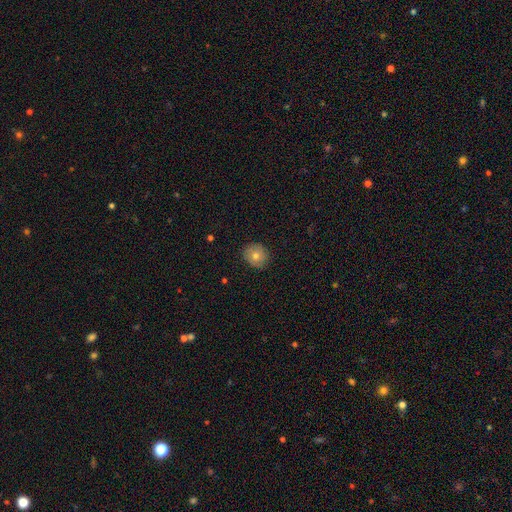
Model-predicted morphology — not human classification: Smooth or featured?
  - smooth: 72% *
  - featured or disk: 18%
  - star or artifact: 10%
How rounded?
  - round: 80% *
  - in between: 19%
  - cigar-shaped: 1%
Merging?
  - none: 87% *
  - minor disturbance: 10%
  - major disturbance: 2%
  - merger: 1%